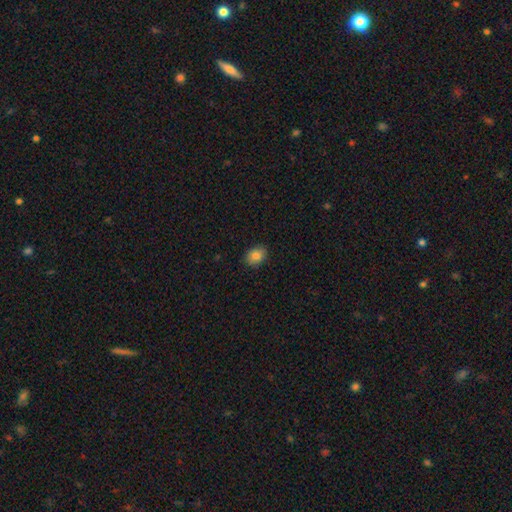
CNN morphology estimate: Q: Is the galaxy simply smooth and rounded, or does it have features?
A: smooth — 84%.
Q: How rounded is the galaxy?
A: in between — 63%.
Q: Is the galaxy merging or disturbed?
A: none — 86%.